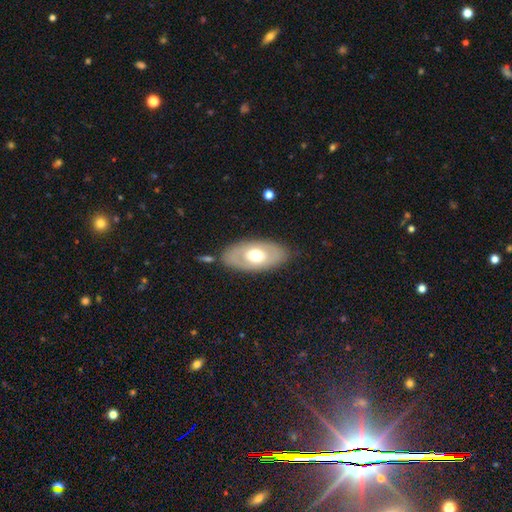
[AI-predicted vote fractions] Q: Smooth or featured?
A: smooth (48%); runner-up: featured or disk (47%)
Q: Merging?
A: none (80%); runner-up: minor disturbance (12%)